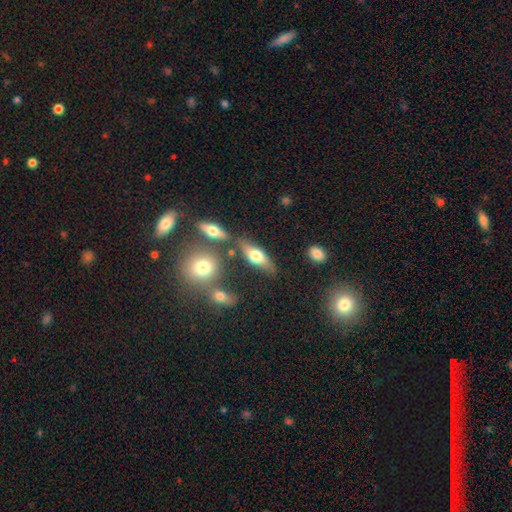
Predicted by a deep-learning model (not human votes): smooth_or_featured: smooth (p=0.52) [alt: featured or disk p=0.39]
how_rounded: in between (p=0.64) [alt: cigar-shaped p=0.29]
merging: none (p=0.71) [alt: minor disturbance p=0.14]